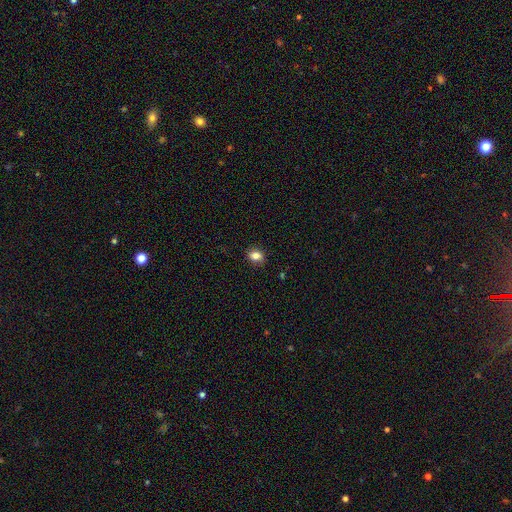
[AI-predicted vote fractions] Smooth or featured: smooth — 83% (star or artifact — 10%)
How rounded: in between — 55% (round — 44%)
Merging: none — 85% (minor disturbance — 11%)